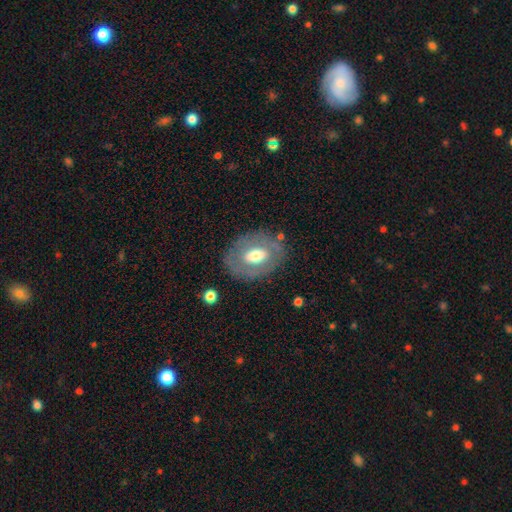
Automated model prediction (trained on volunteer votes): Smooth or featured: smooth — 48% (featured or disk — 45%)
Merging: none — 77% (minor disturbance — 14%)